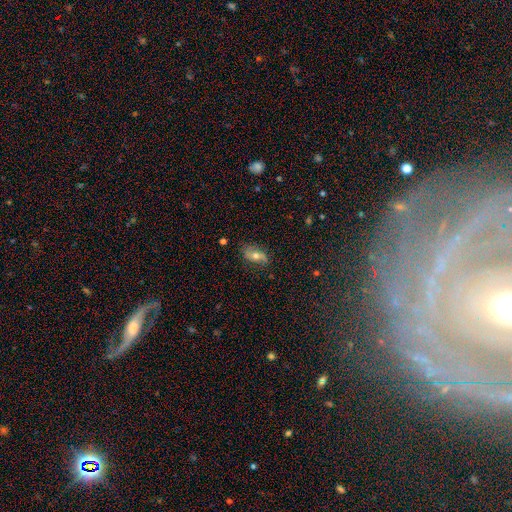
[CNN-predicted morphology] Smooth or featured? Predicted: featured or disk (p=0.49). Merging? Predicted: none (p=0.74).